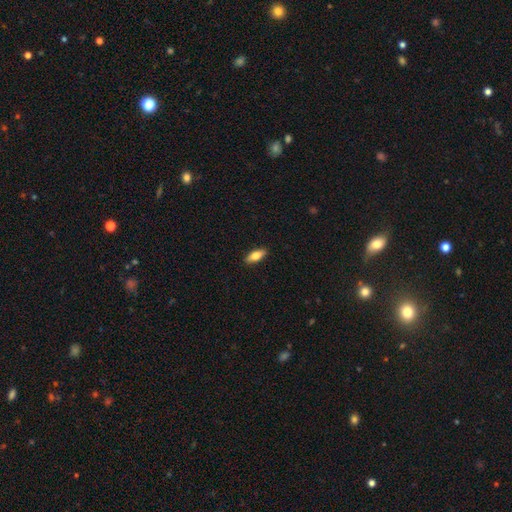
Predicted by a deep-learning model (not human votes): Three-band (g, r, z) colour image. It shows a smooth galaxy with no disk features (70%) that is in between round and cigar-shaped (73%). Merging: none (90%).